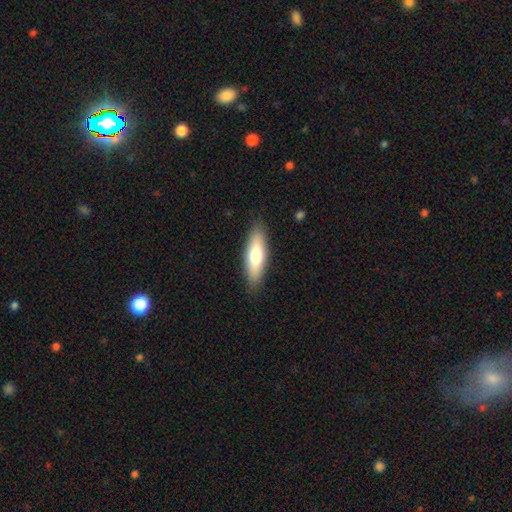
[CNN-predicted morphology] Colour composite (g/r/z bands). It shows a smooth galaxy with no disk features (70%) that is in between round and cigar-shaped (53%). Merging: none (87%).